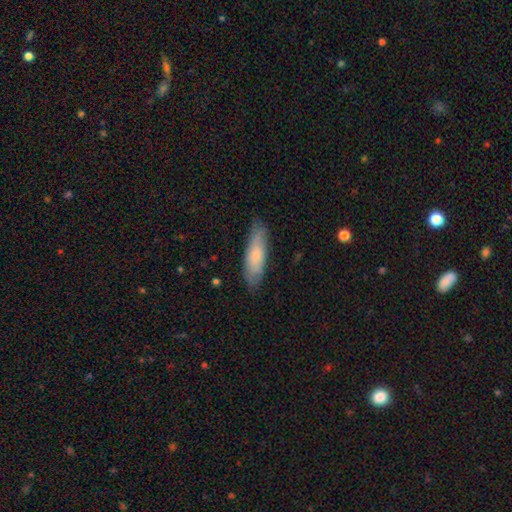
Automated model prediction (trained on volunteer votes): Q: Smooth or featured?
A: smooth (67%); runner-up: featured or disk (27%)
Q: How rounded?
A: cigar-shaped (61%); runner-up: in between (38%)
Q: Merging?
A: none (80%); runner-up: minor disturbance (16%)